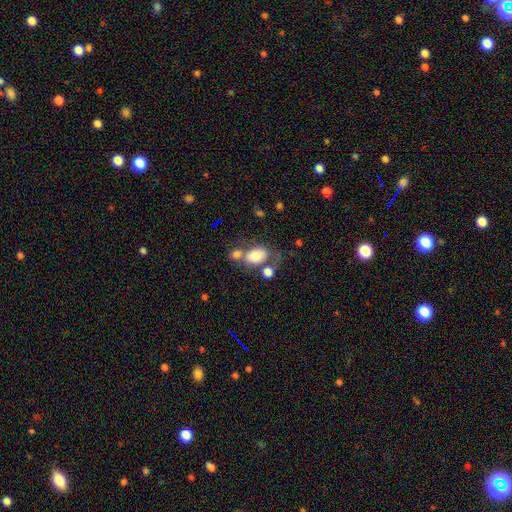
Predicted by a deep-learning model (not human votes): Smooth or featured?
  - smooth: 76% *
  - featured or disk: 15%
  - star or artifact: 9%
How rounded?
  - in between: 79% *
  - round: 19%
  - cigar-shaped: 1%
Merging?
  - none: 41% *
  - merger: 34%
  - minor disturbance: 15%
  - major disturbance: 10%